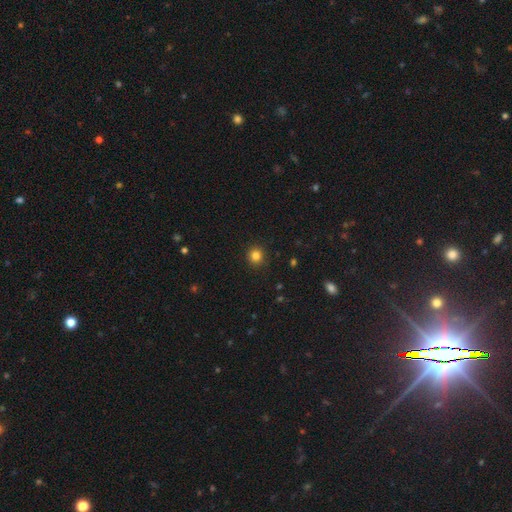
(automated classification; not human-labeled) Smooth or featured? Predicted: smooth (p=0.83). How rounded? Predicted: round (p=0.92). Merging? Predicted: none (p=0.92).